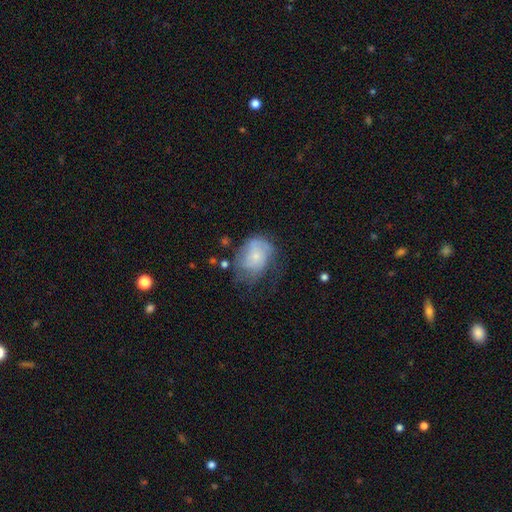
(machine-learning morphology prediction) Q: Smooth or featured?
A: smooth (50%); runner-up: featured or disk (42%)
Q: Merging?
A: none (36%); runner-up: minor disturbance (32%)